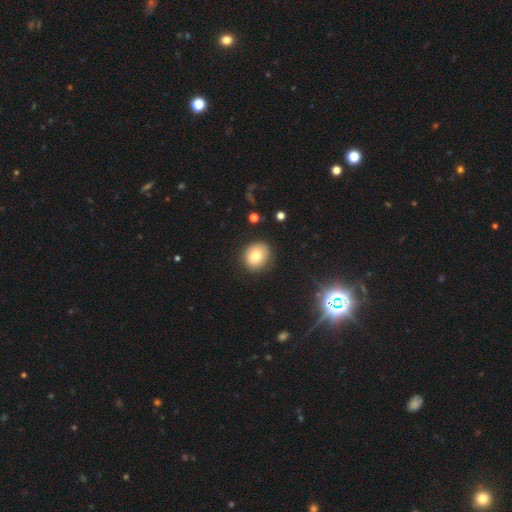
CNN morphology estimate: Smooth or featured? Predicted: smooth (p=0.79). How rounded? Predicted: round (p=0.74). Merging? Predicted: none (p=0.86).